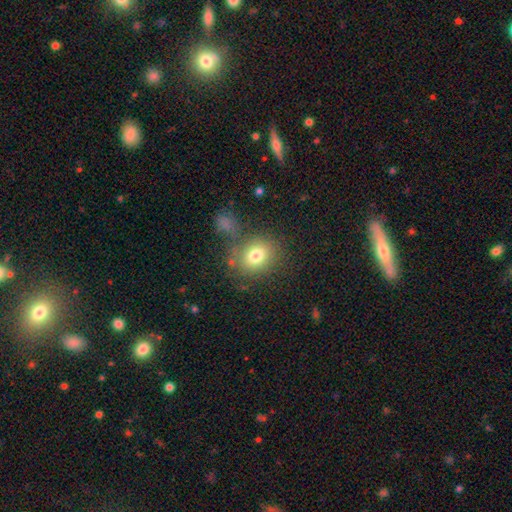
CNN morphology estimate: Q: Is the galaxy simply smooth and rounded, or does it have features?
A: smooth — 77%.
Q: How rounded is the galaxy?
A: round — 62%.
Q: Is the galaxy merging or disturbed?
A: none — 66%.